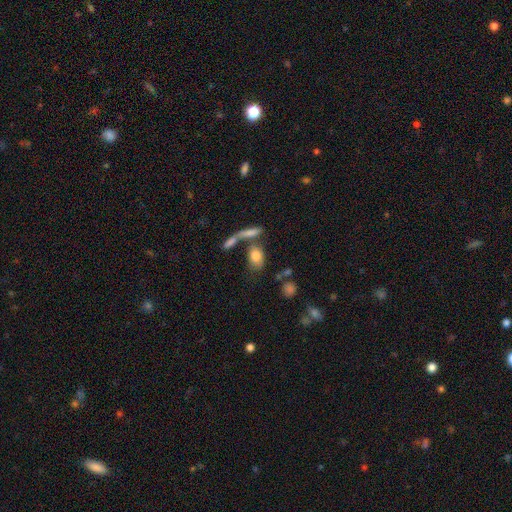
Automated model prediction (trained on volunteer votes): Smooth or featured?
  - smooth: 76% *
  - featured or disk: 14%
  - star or artifact: 9%
How rounded?
  - in between: 83% *
  - round: 10%
  - cigar-shaped: 7%
Merging?
  - none: 50% *
  - merger: 31%
  - minor disturbance: 12%
  - major disturbance: 7%